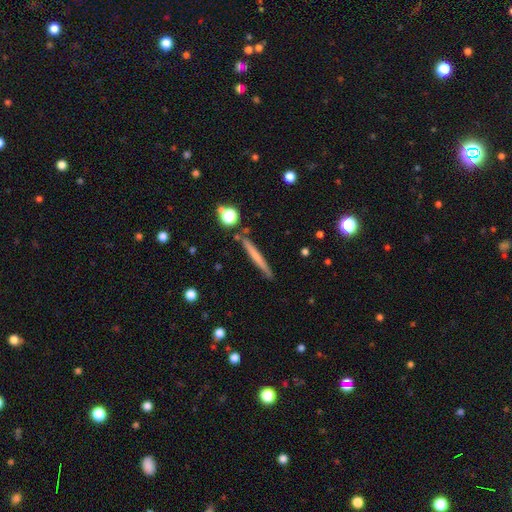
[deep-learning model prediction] Smooth or featured? smooth (58%)
How rounded? cigar-shaped (96%)
Merging? none (87%)